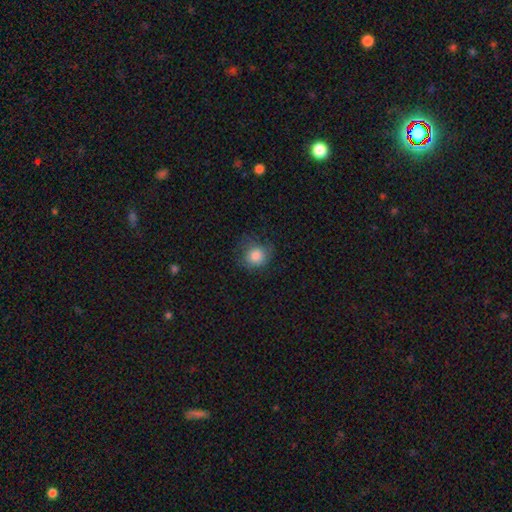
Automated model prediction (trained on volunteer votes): smooth-or-featured: smooth: 83% | star or artifact: 10% | featured or disk: 7%
  how-rounded: round: 83% | in between: 16% | cigar-shaped: 1%
  merging: none: 69% | minor disturbance: 21% | major disturbance: 9% | merger: 1%